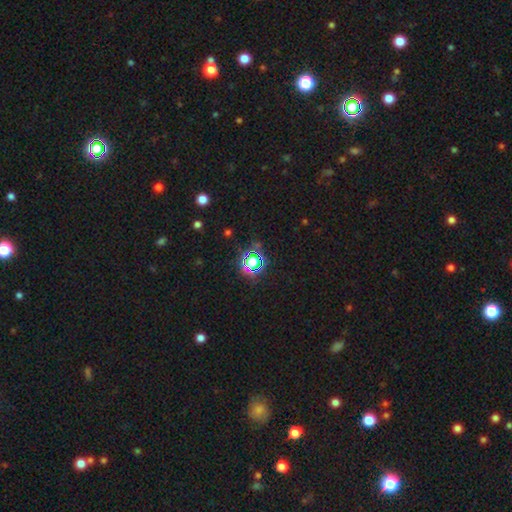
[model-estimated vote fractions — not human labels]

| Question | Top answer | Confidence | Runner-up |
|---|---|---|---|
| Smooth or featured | star or artifact | 75% | smooth (18%) |